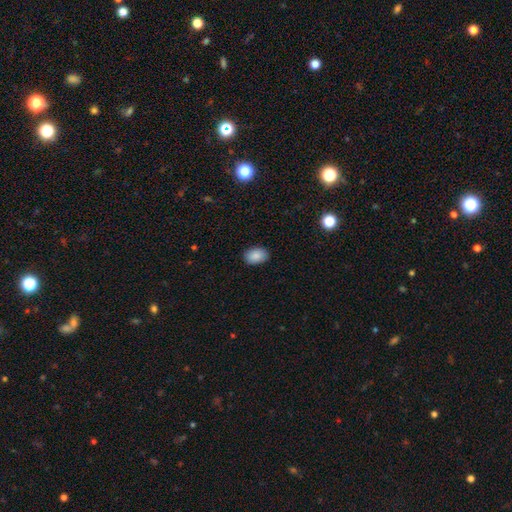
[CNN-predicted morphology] smooth_or_featured: smooth (p=0.88) [alt: star or artifact p=0.08]
how_rounded: in between (p=0.84) [alt: round p=0.15]
merging: none (p=0.87) [alt: minor disturbance p=0.09]